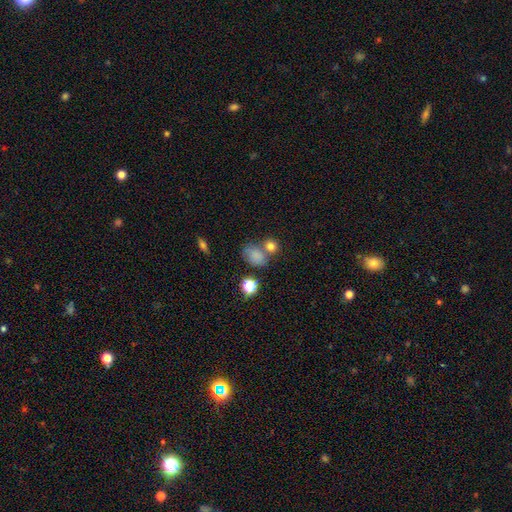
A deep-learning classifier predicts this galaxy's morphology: This is likely a smooth galaxy (77%). How rounded: possibly in between (59%). Merging: possibly none (49%).